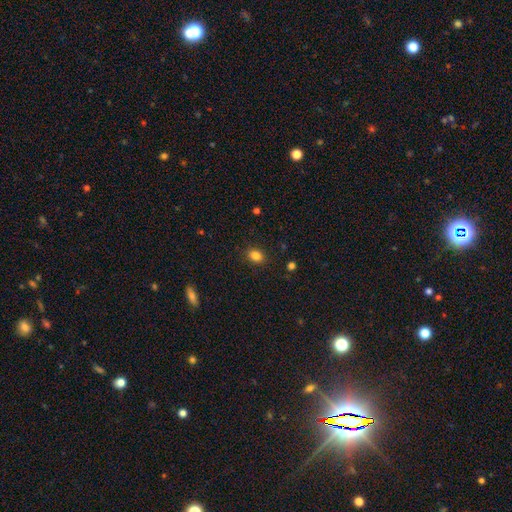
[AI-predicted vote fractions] Morphology: type=smooth (84%); roundness=in between (62%); merging=none (88%).